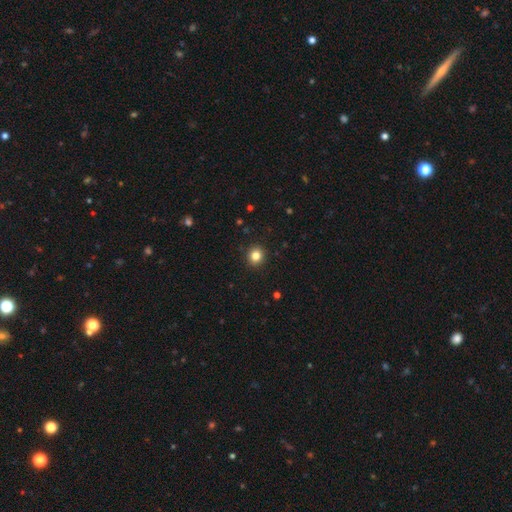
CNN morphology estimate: The model was most divided on "smooth or featured": smooth: 82%, star or artifact: 12%, featured or disk: 5%. More confident: merging — none (93%); how rounded — round (89%).